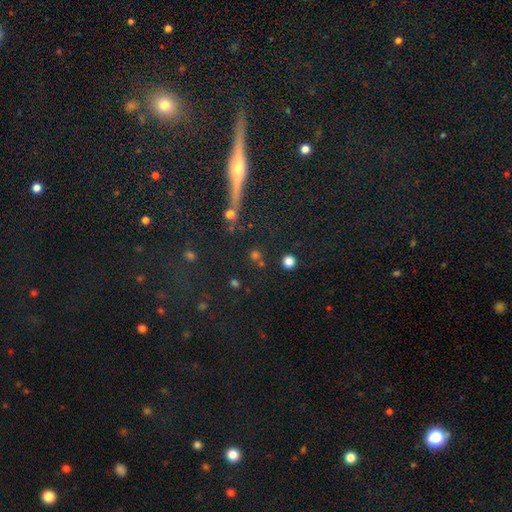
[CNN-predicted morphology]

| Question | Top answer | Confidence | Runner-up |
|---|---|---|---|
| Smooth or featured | smooth | 58% | star or artifact (30%) |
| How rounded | round | 81% | in between (12%) |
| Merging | none | 78% | merger (9%) |